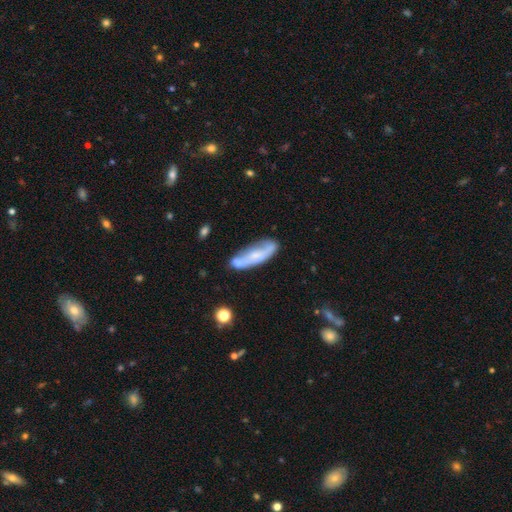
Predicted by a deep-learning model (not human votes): Q: Smooth or featured?
A: featured or disk (47%); runner-up: smooth (45%)
Q: Merging?
A: none (55%); runner-up: minor disturbance (24%)